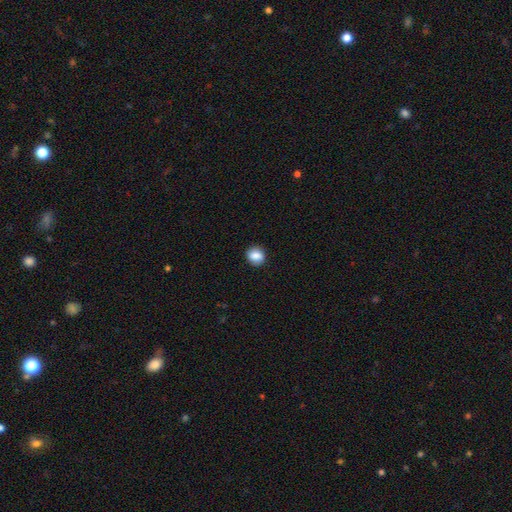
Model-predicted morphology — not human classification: Smooth or featured: smooth — 85% (star or artifact — 8%)
How rounded: round — 72% (in between — 27%)
Merging: none — 88% (minor disturbance — 9%)